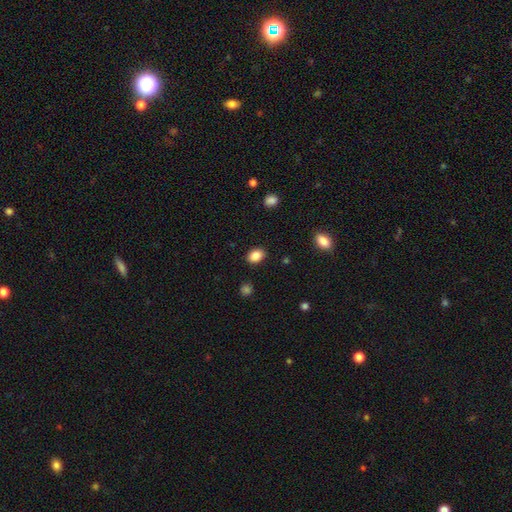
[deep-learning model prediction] This appears to be a smooth galaxy with no disk features (86%) that is in between round and cigar-shaped (74%). Merging: none (88%).